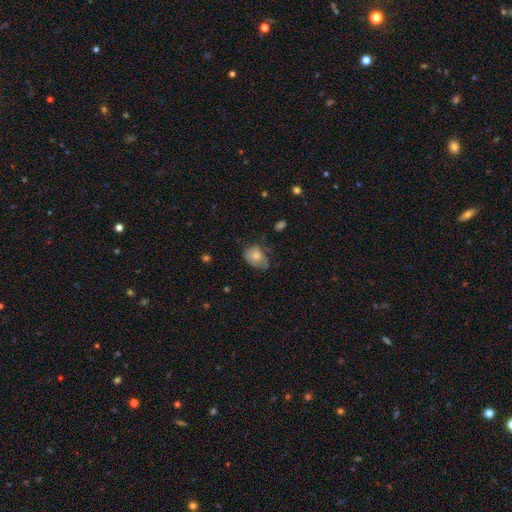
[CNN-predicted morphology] A smooth galaxy with no disk features (71%) that is in between round and cigar-shaped (70%).

Vote fractions:
- Smooth or featured? smooth: 71% / featured or disk: 21% / star or artifact: 8%
- How rounded? in between: 70% / round: 28% / cigar-shaped: 1%
- Merging? minor disturbance: 39% (tied) / none: 39% (tied) / major disturbance: 20% / merger: 2%